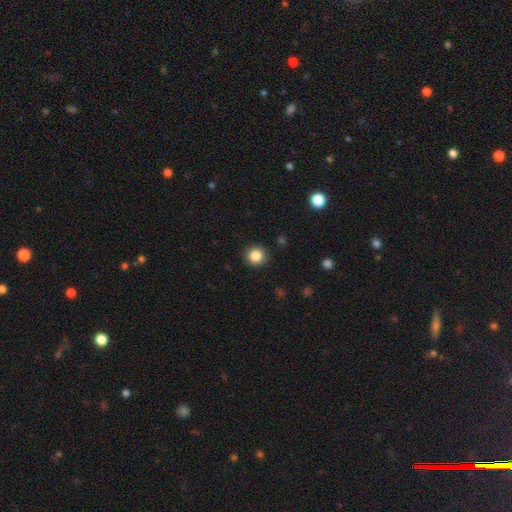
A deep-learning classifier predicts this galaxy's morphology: smooth_or_featured: smooth (p=0.85) [alt: star or artifact p=0.10]
how_rounded: round (p=0.93) [alt: in between p=0.06]
merging: none (p=0.91) [alt: minor disturbance p=0.06]